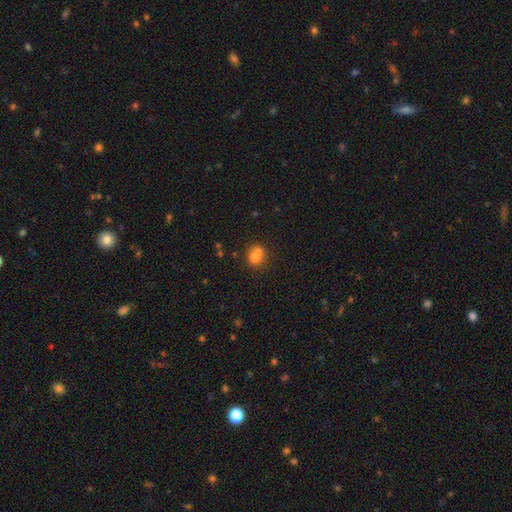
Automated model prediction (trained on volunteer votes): A smooth galaxy with no disk features (69%) that is round (75%). Merging: merger (55%).